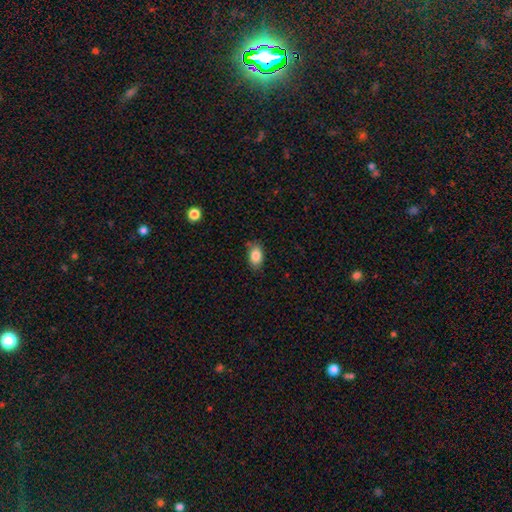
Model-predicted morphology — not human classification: This is clearly a smooth galaxy (86%). How rounded: clearly in between (88%). Merging: likely none (78%).